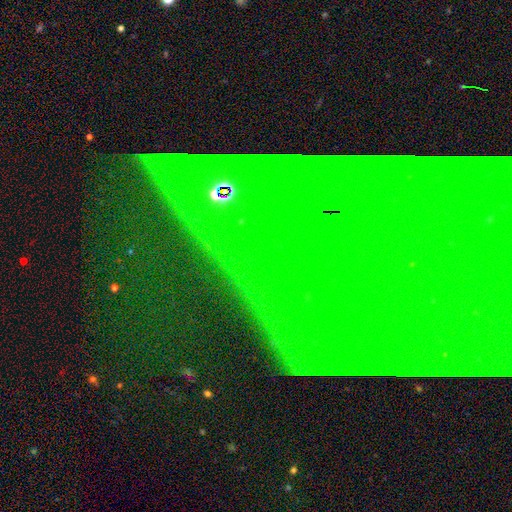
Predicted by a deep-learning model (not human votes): Morphology: type=star or artifact (81%).